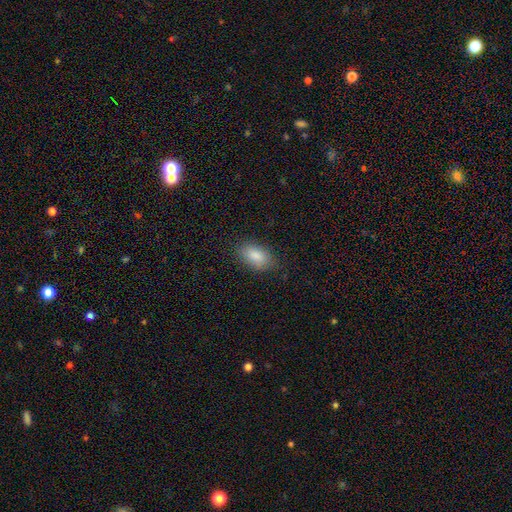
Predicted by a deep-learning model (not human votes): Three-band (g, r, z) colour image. It shows a smooth galaxy with no disk features (87%) that is in between round and cigar-shaped (92%). Merging: none (82%).